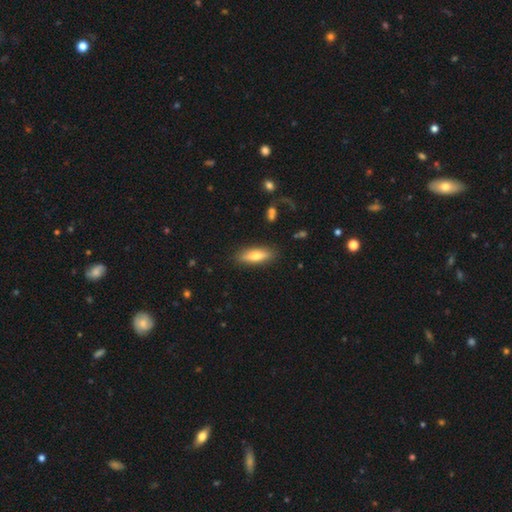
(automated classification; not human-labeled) The model was most divided on "how rounded": cigar-shaped: 51%, in between: 47%, round: 2%. More confident: merging — none (86%); smooth or featured — smooth (66%).